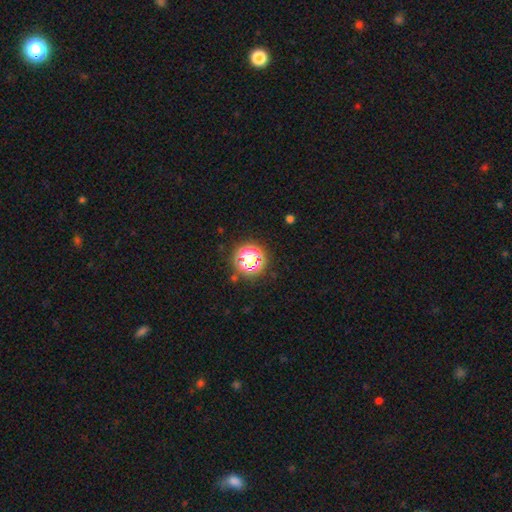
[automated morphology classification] smooth-or-featured: star or artifact: 59% | smooth: 31% | featured or disk: 10%